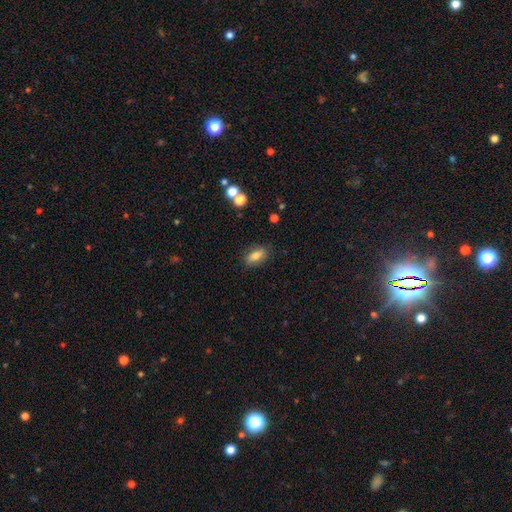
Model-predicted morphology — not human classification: A smooth galaxy with no disk features (75%) that is in between round and cigar-shaped (82%). Merging: none (83%).